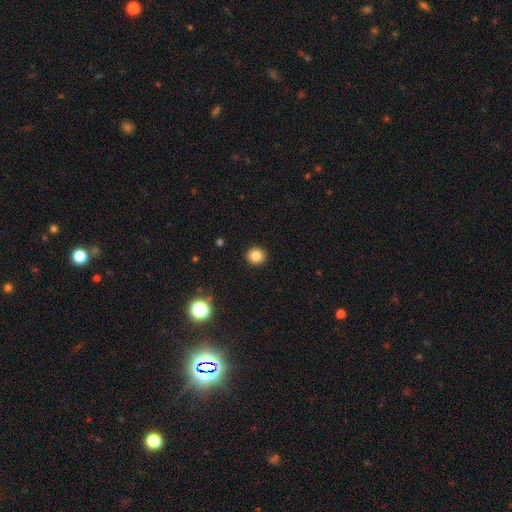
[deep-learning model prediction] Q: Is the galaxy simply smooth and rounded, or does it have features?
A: smooth — 83%.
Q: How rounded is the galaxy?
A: round — 90%.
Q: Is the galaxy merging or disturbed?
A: none — 93%.